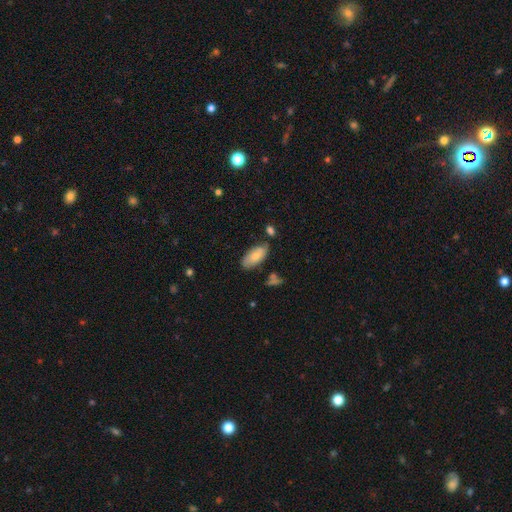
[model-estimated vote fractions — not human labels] Overall: smooth (69%). How rounded: in between (91%). Merging: none (68%).